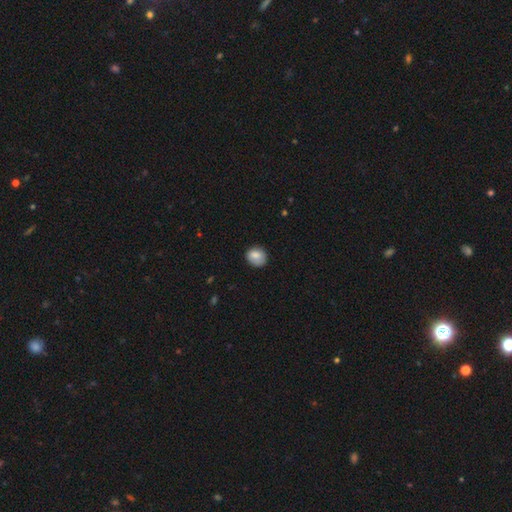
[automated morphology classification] Smooth or featured? smooth (80%)
How rounded? round (70%)
Merging? none (75%)